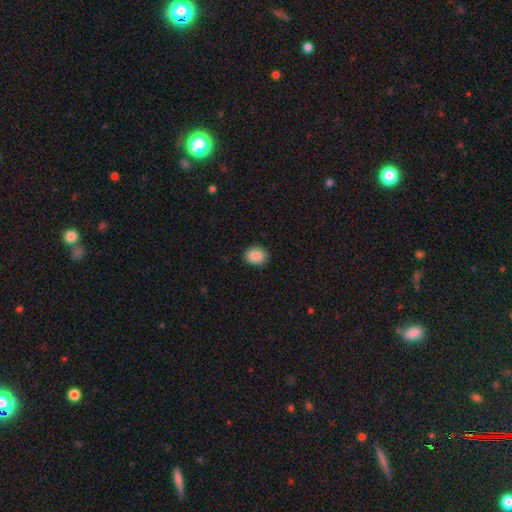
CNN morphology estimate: Overall: smooth (89%). How rounded: in between (53%; round 46%). Merging: none (88%).